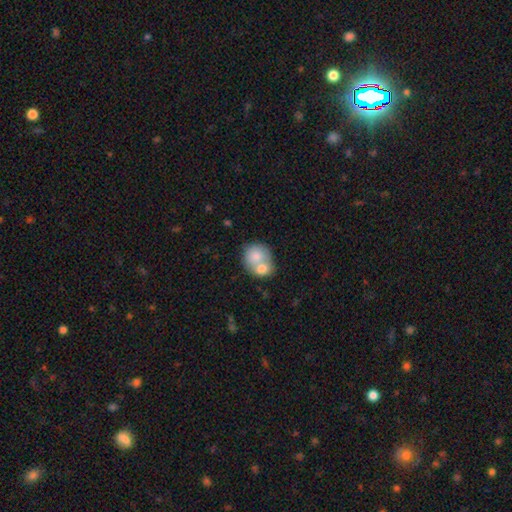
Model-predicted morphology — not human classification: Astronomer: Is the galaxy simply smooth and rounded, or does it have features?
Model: smooth — 75%.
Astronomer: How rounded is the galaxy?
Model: round — 70%.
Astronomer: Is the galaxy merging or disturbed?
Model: merger — 66%.